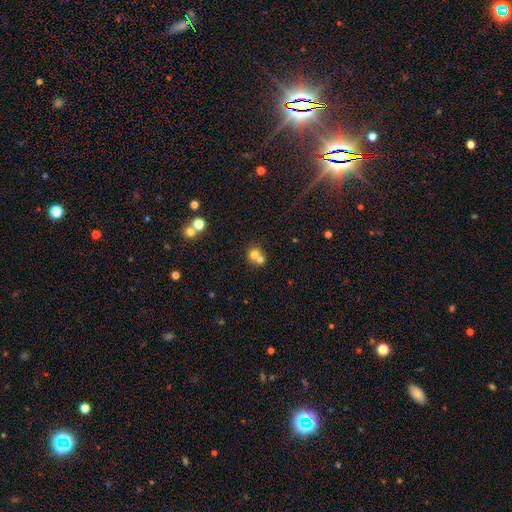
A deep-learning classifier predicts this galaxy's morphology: type=smooth (68%); roundness=round (82%); merging=merger (57%).